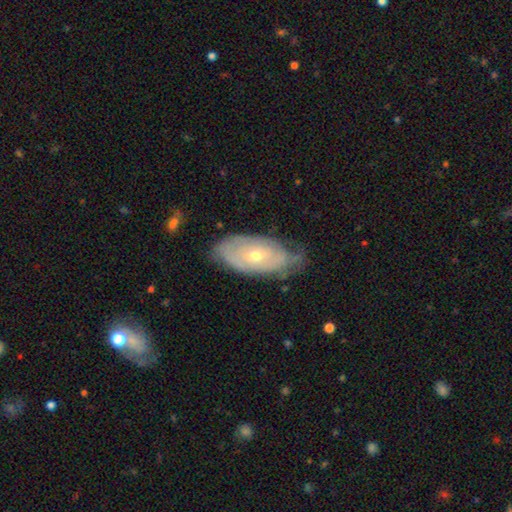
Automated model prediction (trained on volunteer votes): smooth-or-featured: featured or disk: 62% | smooth: 32% | star or artifact: 6%
  disk-edge-on: no: 89% | yes: 11%
    bar: no: 67% | weak: 27% | strong: 7%
    has-spiral-arms: yes: 63% | no: 37%
    bulge-size: small: 54% | moderate: 43% | large: 1% | none: 1% | dominant: 1%
  merging: none: 55% | minor disturbance: 33% | major disturbance: 10% | merger: 2%